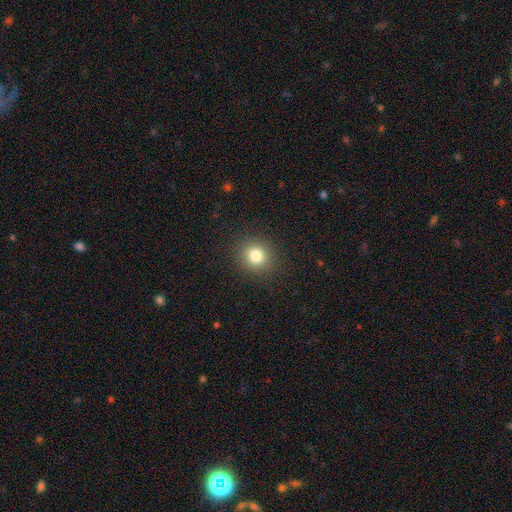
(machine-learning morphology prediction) Smooth or featured? smooth (81%)
How rounded? round (87%)
Merging? none (89%)